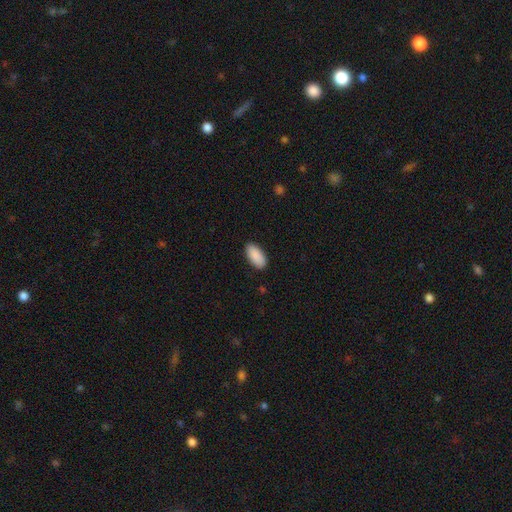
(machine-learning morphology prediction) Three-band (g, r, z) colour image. It shows a smooth galaxy with no disk features (91%) that is in between round and cigar-shaped (93%). Merging: none (88%).